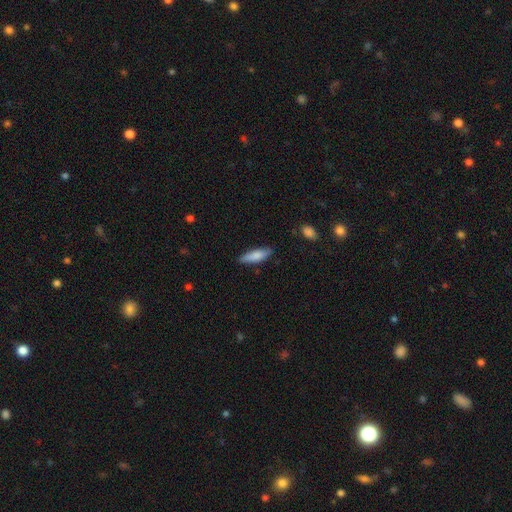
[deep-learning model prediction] Morphology: type=smooth (80%); roundness=cigar-shaped (61%); merging=none (81%).